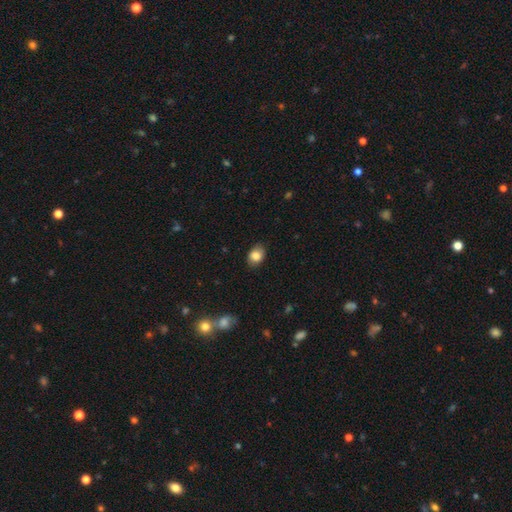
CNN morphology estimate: type=smooth (84%); roundness=in between (69%); merging=none (82%).